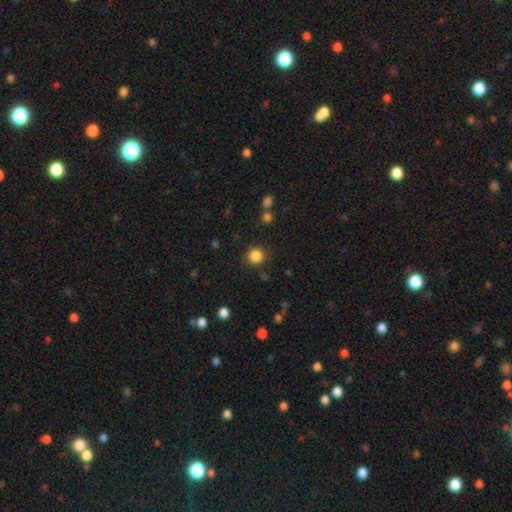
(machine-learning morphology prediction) This appears to be a smooth galaxy with no disk features (84%) that is round (93%). Merging: none (88%).